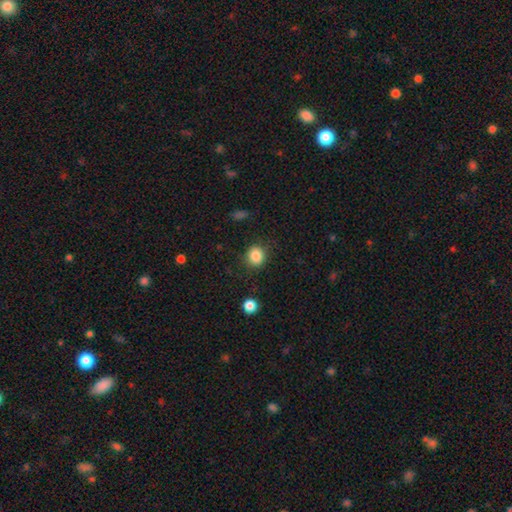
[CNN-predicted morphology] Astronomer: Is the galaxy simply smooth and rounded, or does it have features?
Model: smooth — 86%.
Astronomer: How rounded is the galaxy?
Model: round — 79%.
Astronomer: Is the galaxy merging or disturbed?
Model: none — 85%.